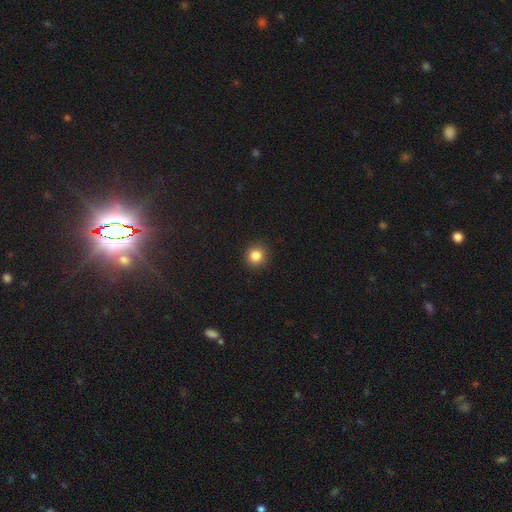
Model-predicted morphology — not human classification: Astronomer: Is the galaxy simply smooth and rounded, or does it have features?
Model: smooth — 85%.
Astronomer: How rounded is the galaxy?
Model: round — 92%.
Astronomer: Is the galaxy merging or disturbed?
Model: none — 92%.